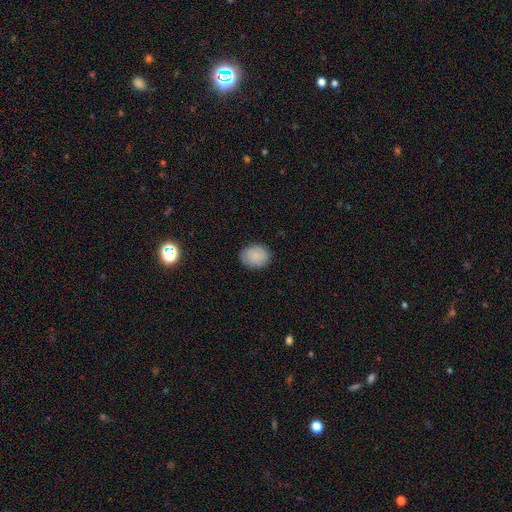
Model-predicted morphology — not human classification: smooth-or-featured: smooth: 87% | star or artifact: 7% | featured or disk: 6%
  how-rounded: round: 51% | in between: 48% | cigar-shaped: 1%
  merging: none: 84% | minor disturbance: 12% | major disturbance: 3% | merger: 1%